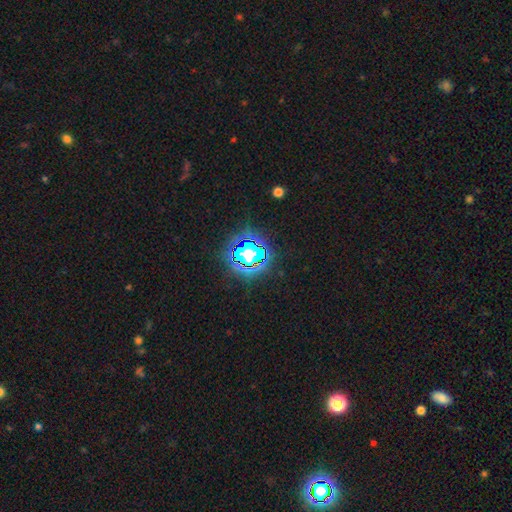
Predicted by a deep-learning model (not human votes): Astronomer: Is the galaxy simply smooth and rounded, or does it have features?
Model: star or artifact — 69%.